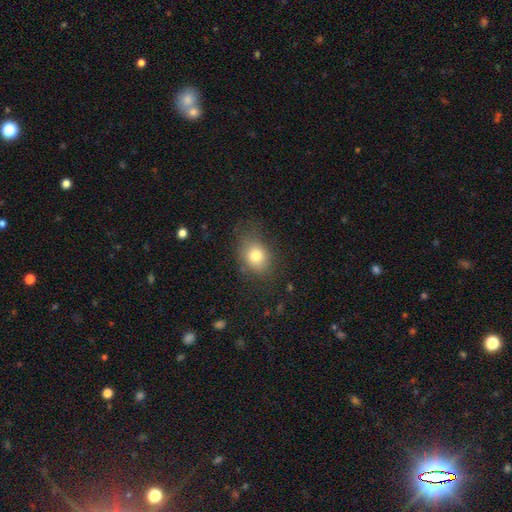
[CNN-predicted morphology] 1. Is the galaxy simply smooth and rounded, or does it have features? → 78% smooth, 12% featured or disk, 10% star or artifact.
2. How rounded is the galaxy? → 59% in between, 40% round, 1% cigar-shaped.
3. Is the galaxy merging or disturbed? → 67% none, 21% minor disturbance, 10% major disturbance, 2% merger.